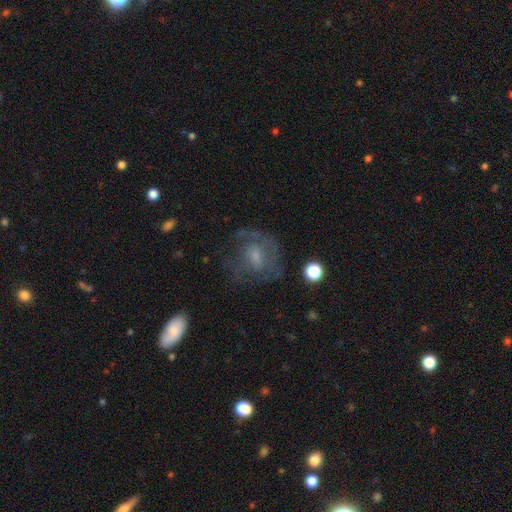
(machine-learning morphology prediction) A featured or disk galaxy (57%) with no bar (56%), spiral arms (62%) and a small central bulge (40%). Merging: none (58%).